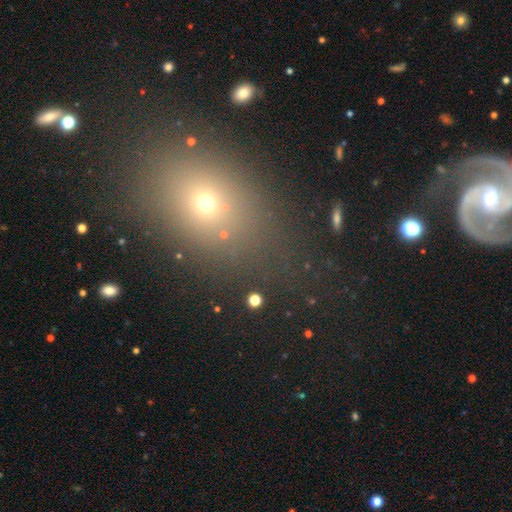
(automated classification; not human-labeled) smooth-or-featured: featured or disk: 40% | smooth: 38% | star or artifact: 22%
  merging: none: 77% | minor disturbance: 13% | major disturbance: 6% | merger: 4%